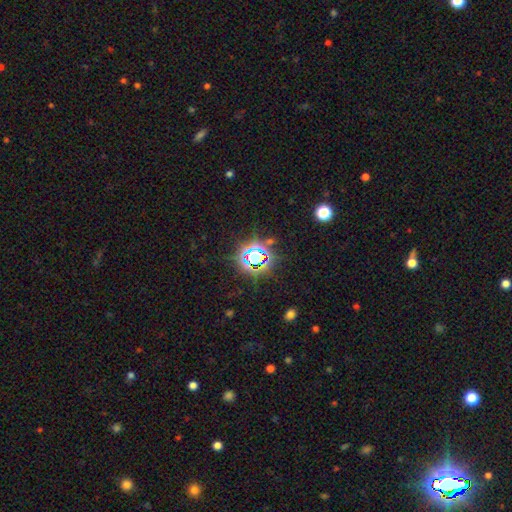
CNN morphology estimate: The model was most divided on "smooth or featured": star or artifact: 74%, smooth: 16%, featured or disk: 10%.